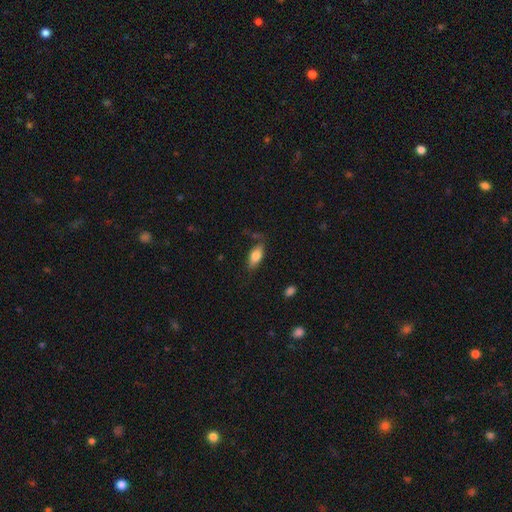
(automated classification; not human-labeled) smooth-or-featured: smooth: 75% | featured or disk: 18% | star or artifact: 7%
  how-rounded: in between: 83% | cigar-shaped: 13% | round: 4%
  merging: none: 69% | minor disturbance: 22% | major disturbance: 7% | merger: 3%